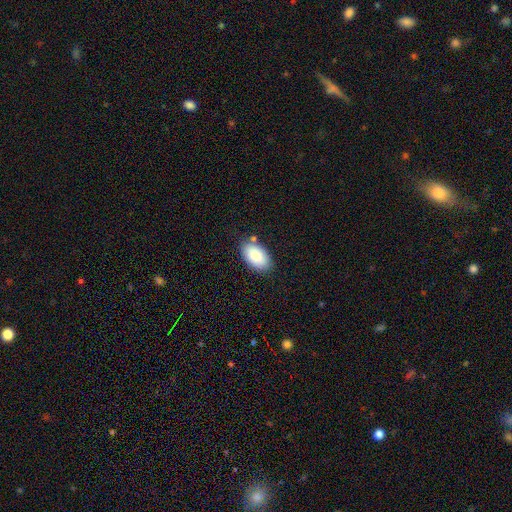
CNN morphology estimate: Overall: smooth (83%). How rounded: in between (94%). Merging: none (80%).